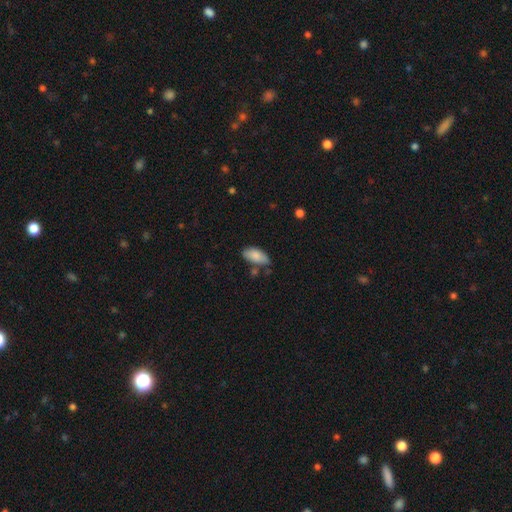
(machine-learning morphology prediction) This is clearly a smooth galaxy (85%). How rounded: clearly in between (92%). Merging: likely none (62%).